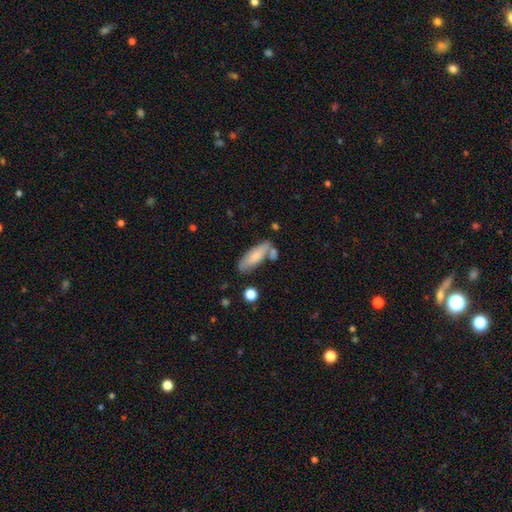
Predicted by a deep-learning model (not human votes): Smooth or featured?
  - smooth: 71% *
  - featured or disk: 22%
  - star or artifact: 7%
How rounded?
  - in between: 55% *
  - cigar-shaped: 43%
  - round: 2%
Merging?
  - none: 58% *
  - minor disturbance: 19%
  - merger: 17%
  - major disturbance: 6%